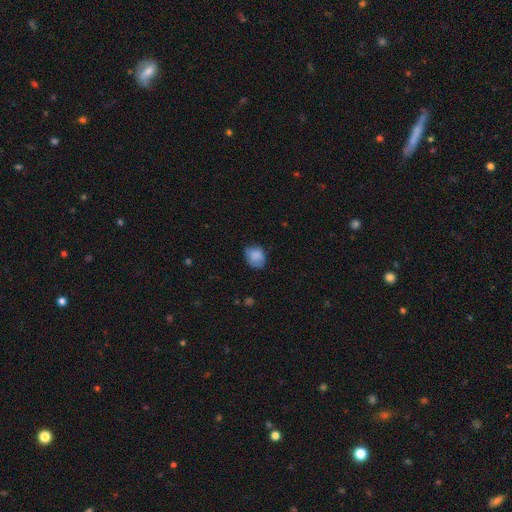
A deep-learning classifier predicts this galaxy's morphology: The model was most divided on "how rounded": round: 54%, in between: 45%, cigar-shaped: 1%. More confident: smooth or featured — smooth (82%); merging — none (62%).